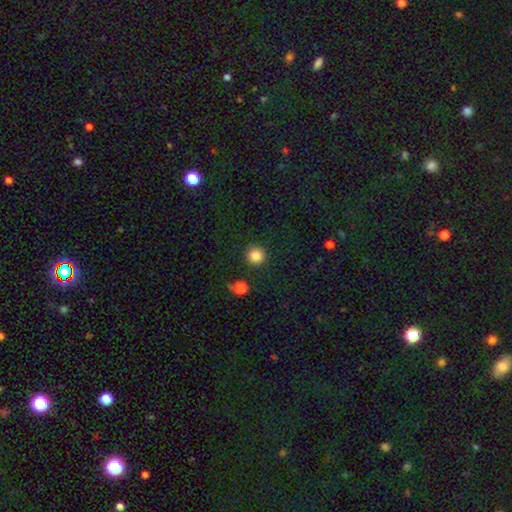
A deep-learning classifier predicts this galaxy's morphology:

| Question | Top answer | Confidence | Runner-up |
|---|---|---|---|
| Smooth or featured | smooth | 85% | star or artifact (11%) |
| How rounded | round | 95% | in between (4%) |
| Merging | none | 90% | minor disturbance (6%) |